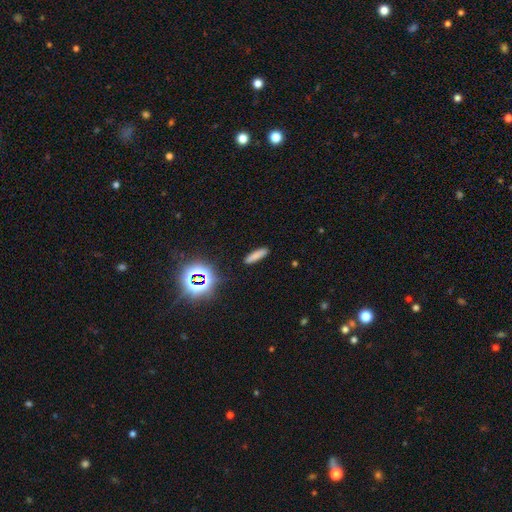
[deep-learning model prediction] Smooth or featured: smooth — 74% (star or artifact — 17%)
How rounded: cigar-shaped — 72% (in between — 25%)
Merging: none — 88% (minor disturbance — 8%)